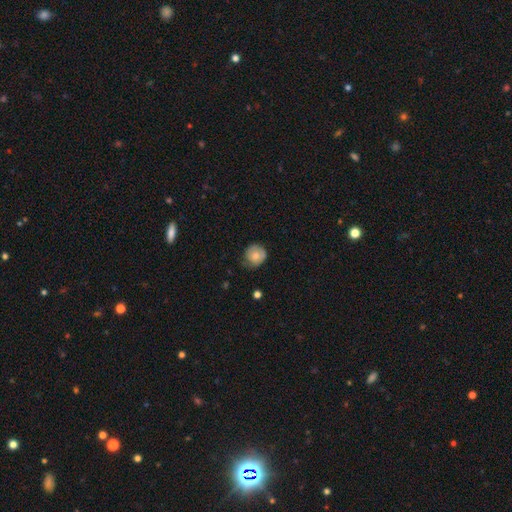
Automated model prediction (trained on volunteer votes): Smooth or featured: smooth — 71% (featured or disk — 21%)
How rounded: round — 86% (in between — 14%)
Merging: none — 61% (minor disturbance — 30%)